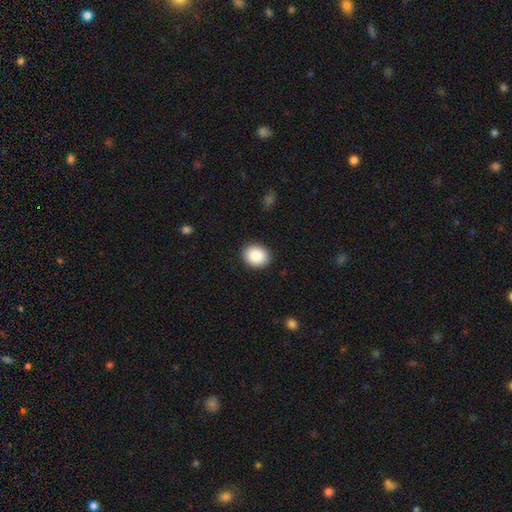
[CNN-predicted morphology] This is clearly a smooth galaxy (89%). How rounded: possibly round (59%). Merging: clearly none (90%).